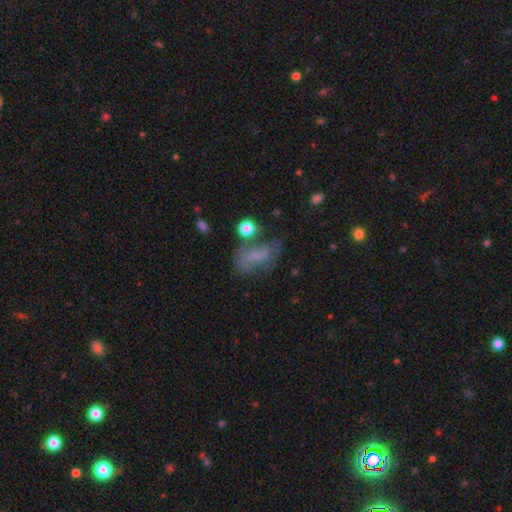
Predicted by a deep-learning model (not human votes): A smooth galaxy with no disk features (46%).

Vote fractions:
- Smooth or featured? smooth: 46% / featured or disk: 38% / star or artifact: 15%
- Merging? none: 42% / minor disturbance: 26% / major disturbance: 25% / merger: 8%